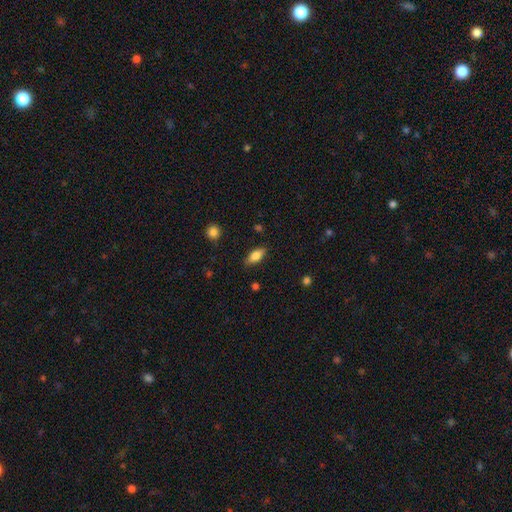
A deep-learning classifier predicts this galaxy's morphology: Smooth or featured? smooth (82%)
How rounded? in between (85%)
Merging? none (85%)